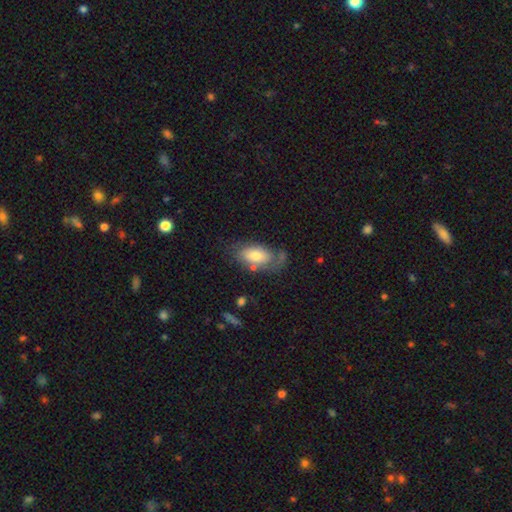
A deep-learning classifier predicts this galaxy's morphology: Smooth or featured? Predicted: smooth (p=0.65). How rounded? Predicted: in between (p=0.92). Merging? Predicted: none (p=0.51).